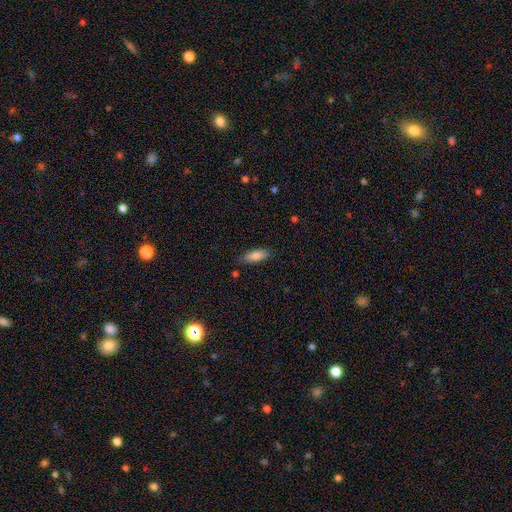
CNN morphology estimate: This is clearly a smooth galaxy (85%). How rounded: likely in between (72%). Merging: clearly none (81%).